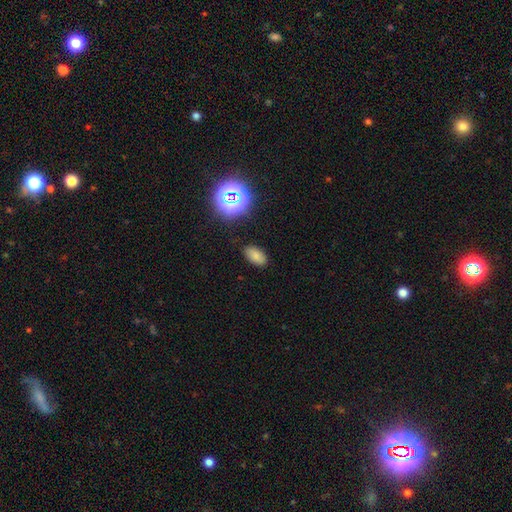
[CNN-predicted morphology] Smooth or featured: smooth — 76% (star or artifact — 16%)
How rounded: in between — 92% (round — 7%)
Merging: none — 86% (minor disturbance — 10%)